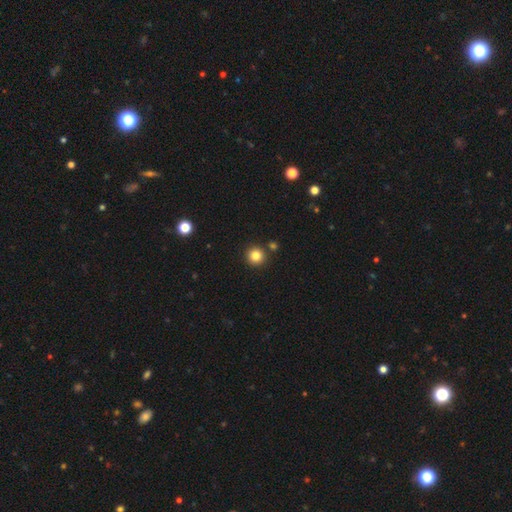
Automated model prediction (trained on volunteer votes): Smooth or featured?
  - smooth: 83% *
  - star or artifact: 12%
  - featured or disk: 5%
How rounded?
  - round: 95% *
  - in between: 4%
  - cigar-shaped: 1%
Merging?
  - none: 88% *
  - minor disturbance: 6%
  - merger: 5%
  - major disturbance: 2%